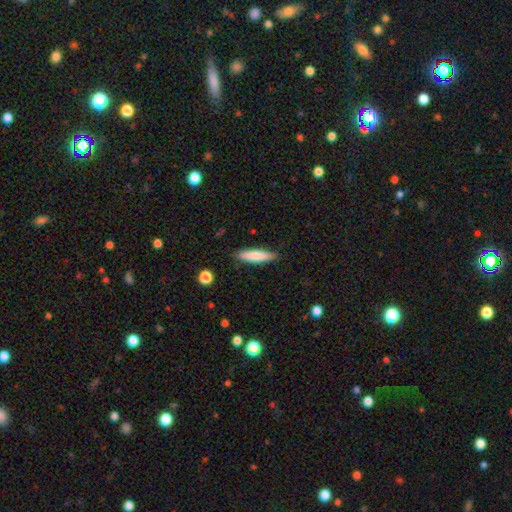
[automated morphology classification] The model was most divided on "how rounded": cigar-shaped: 75%, in between: 24%, round: 1%. More confident: merging — none (87%); smooth or featured — smooth (79%).